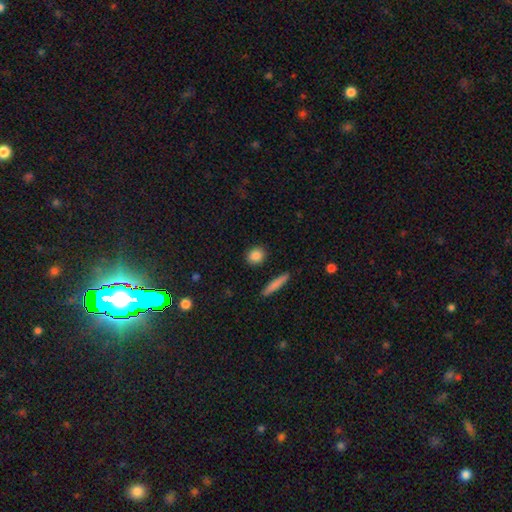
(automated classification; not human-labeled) smooth 85%, star or artifact 8%, featured or disk 7%. Down the decision tree: how rounded — round (68%); merging — none (89%).